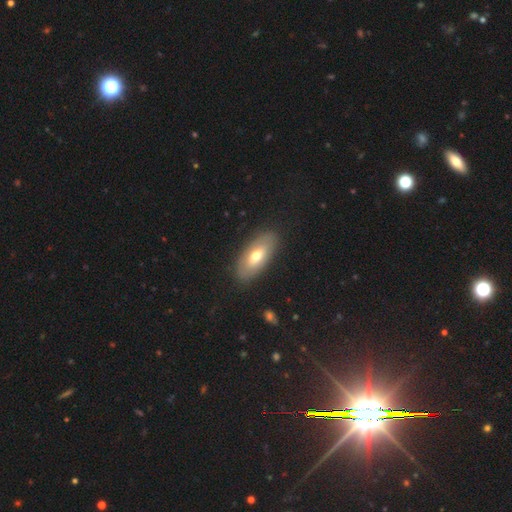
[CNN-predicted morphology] smooth-or-featured: smooth: 58% | featured or disk: 36% | star or artifact: 6%
  how-rounded: in between: 87% | cigar-shaped: 10% | round: 3%
  merging: none: 85% | minor disturbance: 10% | major disturbance: 3% | merger: 1%